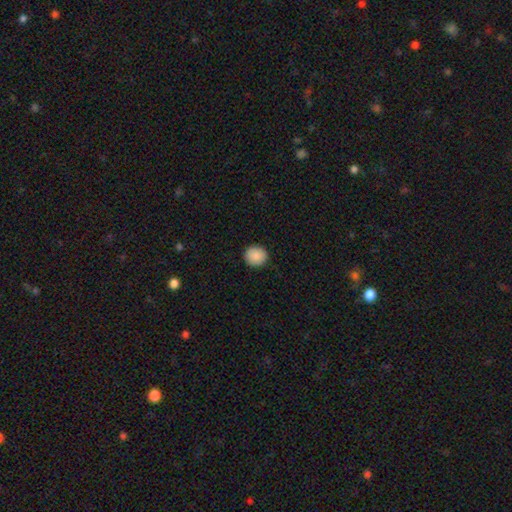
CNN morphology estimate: This is clearly a smooth galaxy (90%). How rounded: clearly round (89%). Merging: clearly none (92%).